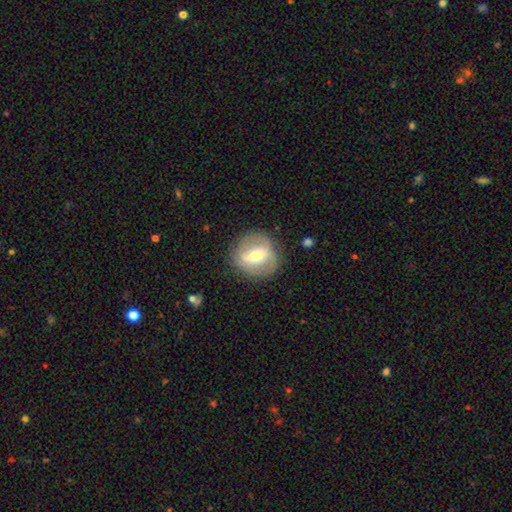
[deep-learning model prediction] This appears to be a featured or disk galaxy (60%) with a weak bar (40%), spiral arms (64%) and a moderate central bulge (63%). Merging: none (80%).